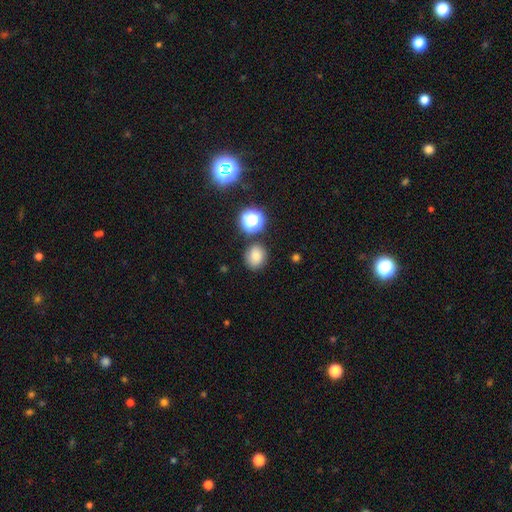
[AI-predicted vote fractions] The model was most divided on "how rounded": round: 72%, in between: 27%, cigar-shaped: 1%. More confident: merging — none (78%); smooth or featured — smooth (77%).